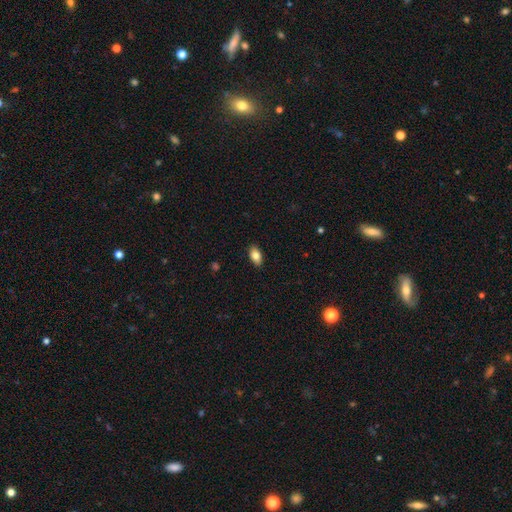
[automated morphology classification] A smooth galaxy with no disk features (82%) that is in between round and cigar-shaped (92%). Merging: none (89%).